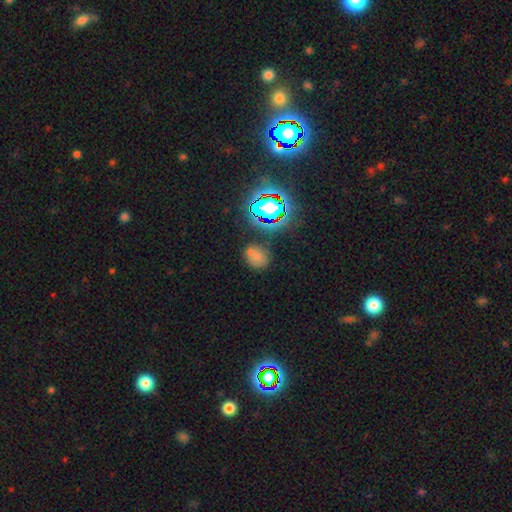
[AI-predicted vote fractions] Overall: smooth (61%; star or artifact 27%). How rounded: round (54%; in between 44%). Merging: none (68%).